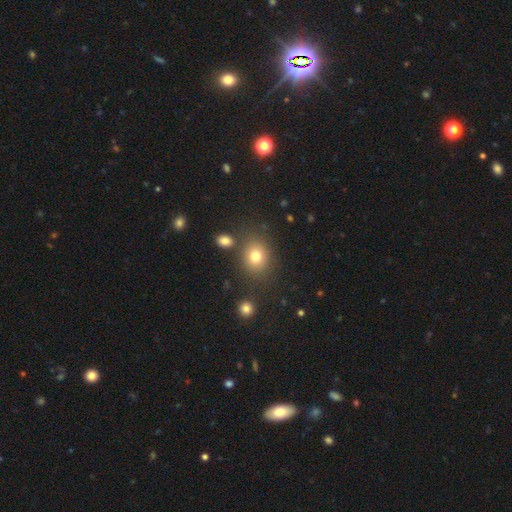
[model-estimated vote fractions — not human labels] smooth 78%, star or artifact 14%, featured or disk 9%. Down the decision tree: how rounded — round (65%); merging — none (79%).